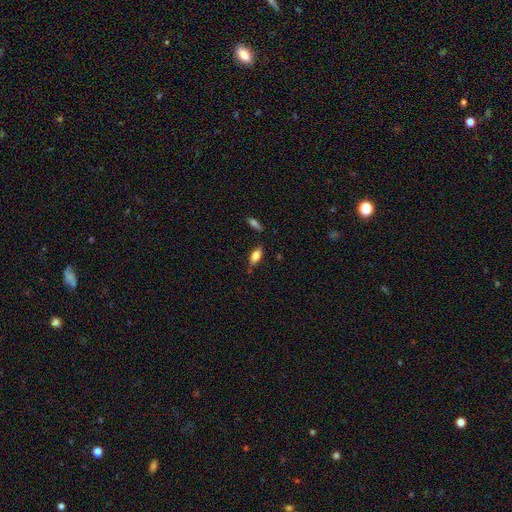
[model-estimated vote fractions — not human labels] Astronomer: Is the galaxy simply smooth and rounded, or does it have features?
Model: smooth — 72%.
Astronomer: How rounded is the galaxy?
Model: in between — 79%.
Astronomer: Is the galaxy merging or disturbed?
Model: none — 74%.